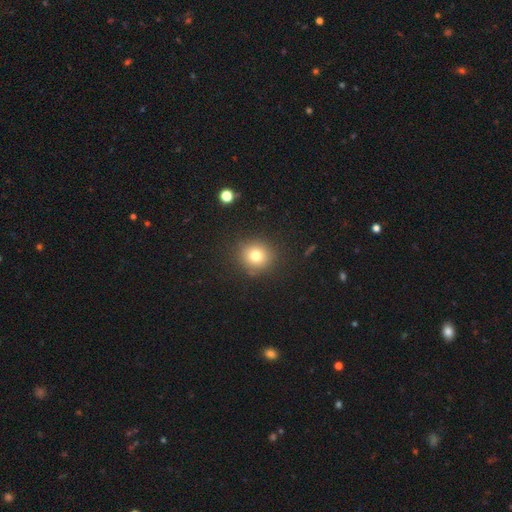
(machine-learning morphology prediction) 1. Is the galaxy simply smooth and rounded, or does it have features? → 77% smooth, 14% star or artifact, 10% featured or disk.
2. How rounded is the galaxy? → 89% round, 10% in between, 1% cigar-shaped.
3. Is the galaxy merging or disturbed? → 88% none, 8% minor disturbance, 3% major disturbance, 2% merger.